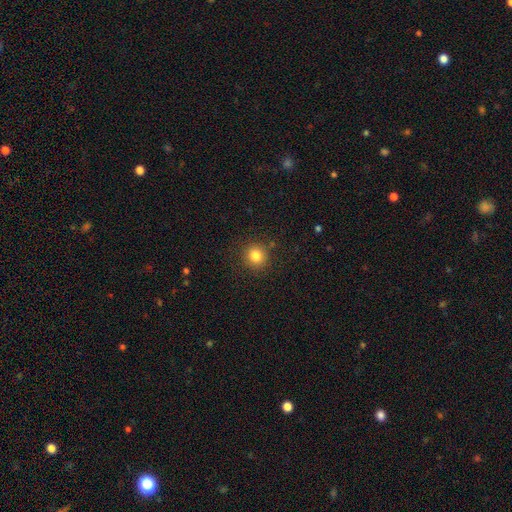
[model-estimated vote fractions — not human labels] A smooth galaxy with no disk features (82%) that is round (92%).

Vote fractions:
- Smooth or featured? smooth: 82% / star or artifact: 12% / featured or disk: 6%
- How rounded? round: 92% / in between: 8% / cigar-shaped: 1%
- Merging? none: 89% / minor disturbance: 7% / major disturbance: 2% / merger: 2%